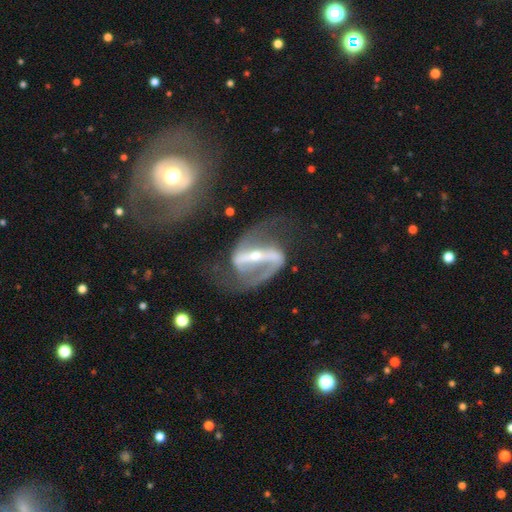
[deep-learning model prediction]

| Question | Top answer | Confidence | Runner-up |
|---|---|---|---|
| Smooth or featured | featured or disk | 91% | star or artifact (5%) |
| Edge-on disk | no | 95% | yes (5%) |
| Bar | strong | 82% | weak (13%) |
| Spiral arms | yes | 96% | no (4%) |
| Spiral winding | medium | 50% | loose (35%) |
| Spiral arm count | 2 | 90% | 1 (4%) |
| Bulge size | small | 62% | moderate (34%) |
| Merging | none | 59% | major disturbance (19%) |